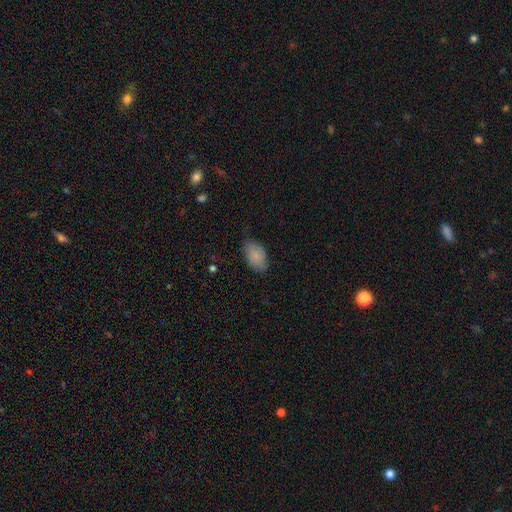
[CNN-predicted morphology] Smooth or featured? Predicted: smooth (p=0.84). How rounded? Predicted: in between (p=0.93). Merging? Predicted: none (p=0.75).